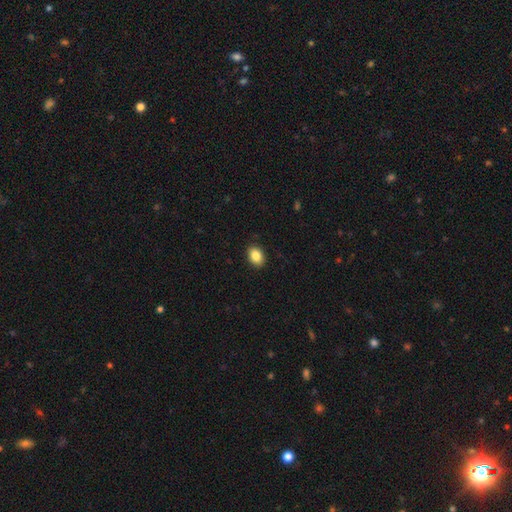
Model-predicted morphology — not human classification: smooth 86%, star or artifact 9%, featured or disk 6%. Down the decision tree: how rounded — in between (70%); merging — none (90%).